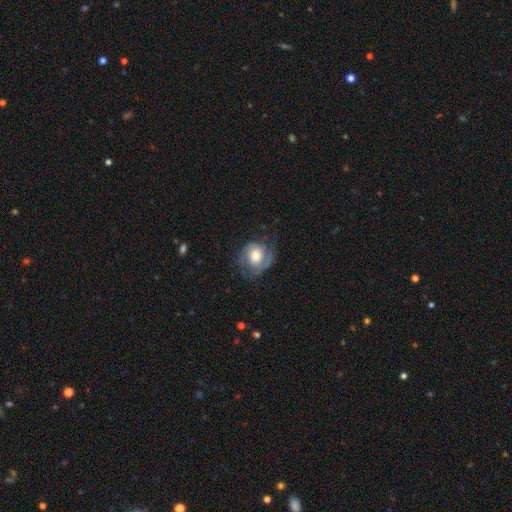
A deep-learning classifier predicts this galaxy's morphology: Overall: featured or disk (69%). Edge-on disk: no (97%). Bar: no (72%). Spiral arms: yes (90%). Spiral arm count: 2 (67%). Spiral winding: tight (44%; medium 40%). Bulge size: moderate (54%; large 31%). Merging: none (62%).